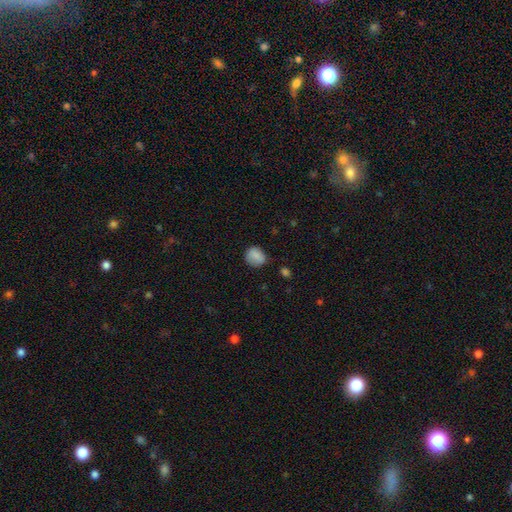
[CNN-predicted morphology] Q: Smooth or featured?
A: smooth (84%); runner-up: star or artifact (9%)
Q: How rounded?
A: round (67%); runner-up: in between (32%)
Q: Merging?
A: none (69%); runner-up: minor disturbance (24%)